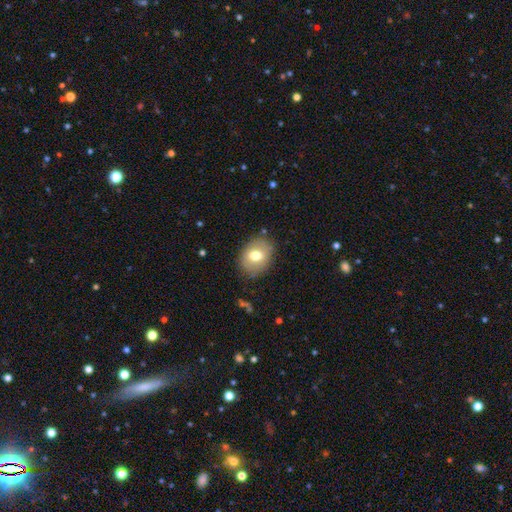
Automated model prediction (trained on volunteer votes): smooth-or-featured: smooth: 71% | featured or disk: 20% | star or artifact: 8%
  how-rounded: in between: 58% | round: 41% | cigar-shaped: 1%
  merging: none: 82% | minor disturbance: 13% | major disturbance: 4% | merger: 2%